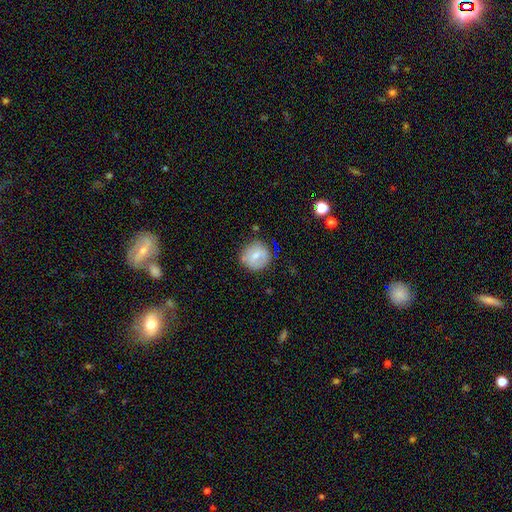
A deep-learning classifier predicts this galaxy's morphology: smooth 69%, featured or disk 23%, star or artifact 8%. Down the decision tree: how rounded — round (87%); merging — none (75%).